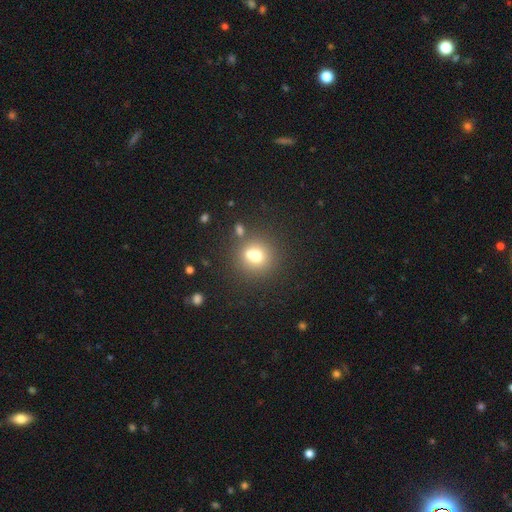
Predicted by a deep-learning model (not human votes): Morphology: type=smooth (68%); roundness=round (87%); merging=none (54%).